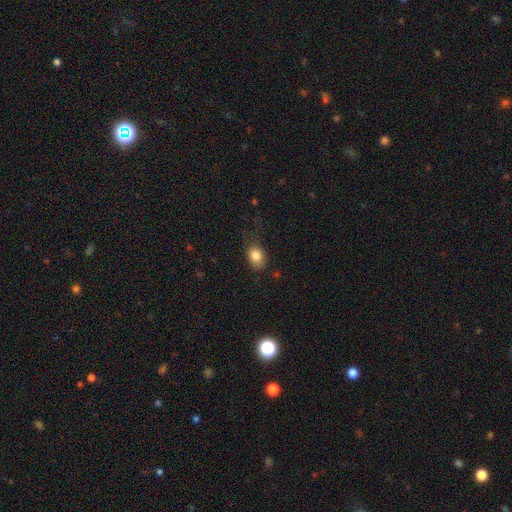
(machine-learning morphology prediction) The model was most divided on "how rounded": in between: 70%, round: 28%, cigar-shaped: 1%. More confident: smooth or featured — smooth (83%); merging — none (67%).